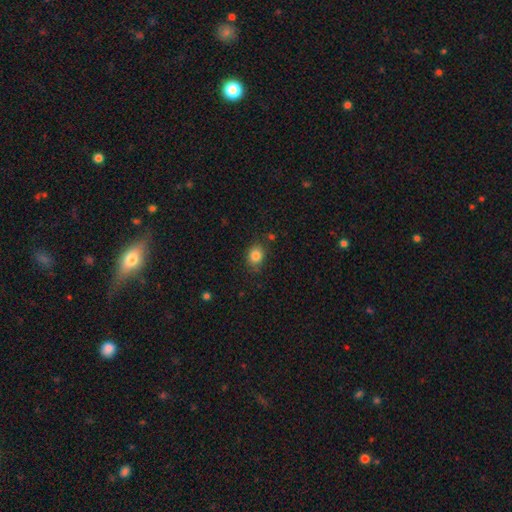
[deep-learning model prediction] This appears to be a smooth galaxy with no disk features (85%) that is round (53%). Merging: none (80%).